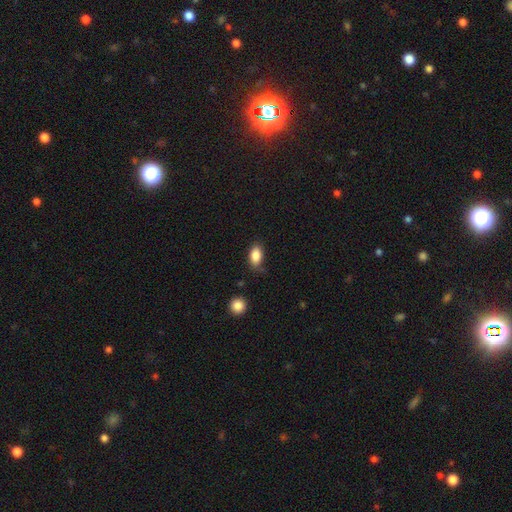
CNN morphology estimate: This appears to be a smooth galaxy with no disk features (86%) that is in between round and cigar-shaped (89%). Merging: none (71%).